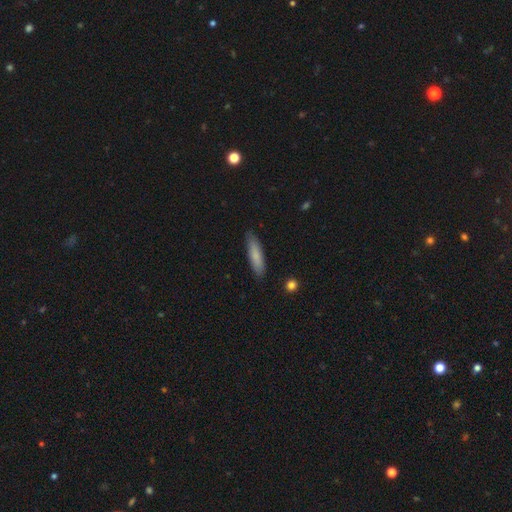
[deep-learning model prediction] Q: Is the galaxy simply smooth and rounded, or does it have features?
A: smooth — 81%.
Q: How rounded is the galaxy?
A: cigar-shaped — 77%.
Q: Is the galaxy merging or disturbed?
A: none — 86%.